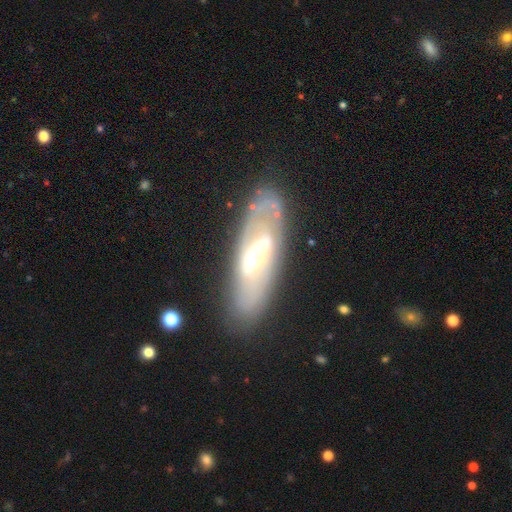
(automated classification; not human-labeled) A featured or disk galaxy (70%).

Vote fractions:
- Smooth or featured? featured or disk: 70% / smooth: 23% / star or artifact: 8%
- Edge-on disk? no: 68% / yes: 32%
- Merging? none: 75% / minor disturbance: 16% / major disturbance: 7% / merger: 2%